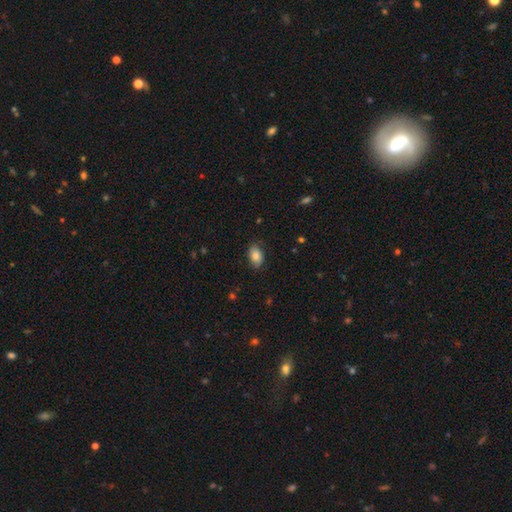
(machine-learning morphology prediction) This is clearly a smooth galaxy (81%). How rounded: clearly in between (91%). Merging: clearly none (81%).